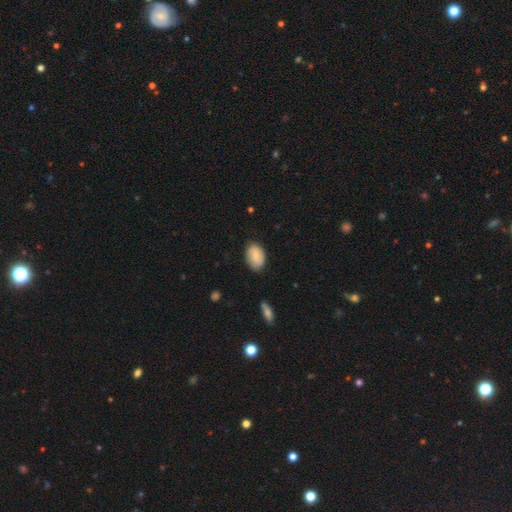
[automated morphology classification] Overall: smooth (71%). How rounded: in between (86%). Merging: none (76%).